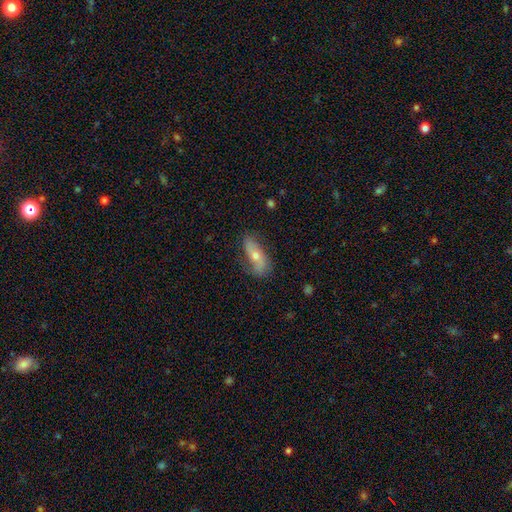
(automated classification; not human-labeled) A featured or disk galaxy (51%). Merging: none (69%).